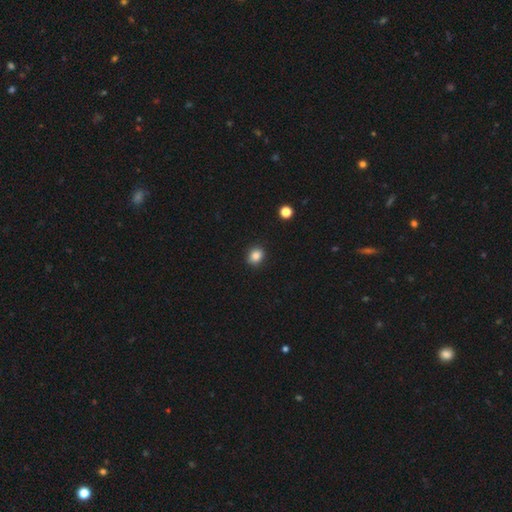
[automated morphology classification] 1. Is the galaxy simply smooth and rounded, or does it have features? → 86% smooth, 11% star or artifact, 4% featured or disk.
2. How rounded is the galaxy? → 59% round, 40% in between, 1% cigar-shaped.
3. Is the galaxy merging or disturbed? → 90% none, 7% minor disturbance, 2% major disturbance, 1% merger.